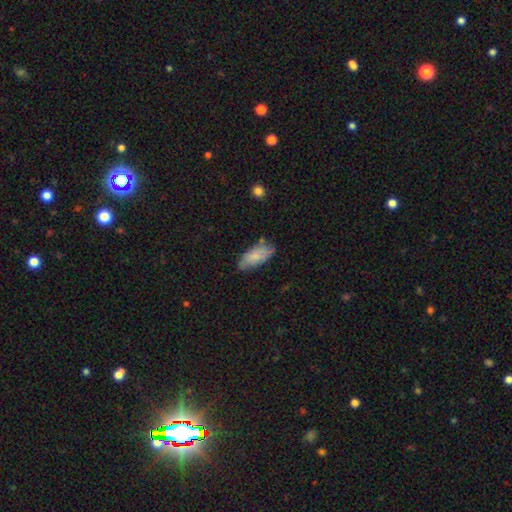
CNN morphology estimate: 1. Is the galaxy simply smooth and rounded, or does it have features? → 72% smooth, 22% featured or disk, 7% star or artifact.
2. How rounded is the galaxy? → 87% in between, 11% cigar-shaped, 2% round.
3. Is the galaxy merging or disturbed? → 62% none, 29% minor disturbance, 6% major disturbance, 4% merger.